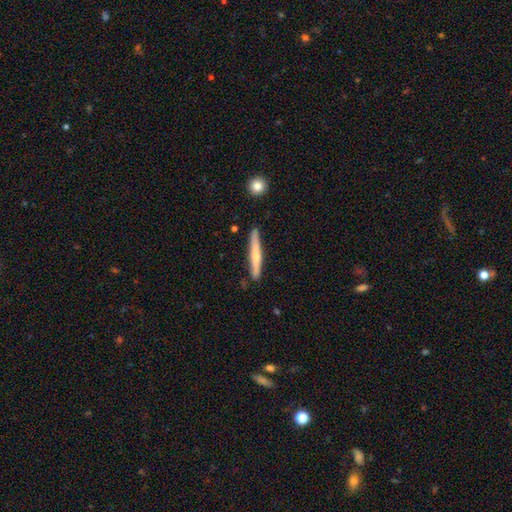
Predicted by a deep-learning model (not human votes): Smooth or featured?
  - smooth: 51% *
  - featured or disk: 43%
  - star or artifact: 5%
How rounded?
  - cigar-shaped: 95% *
  - in between: 3%
  - round: 1%
Merging?
  - none: 85% *
  - minor disturbance: 11%
  - merger: 2%
  - major disturbance: 2%